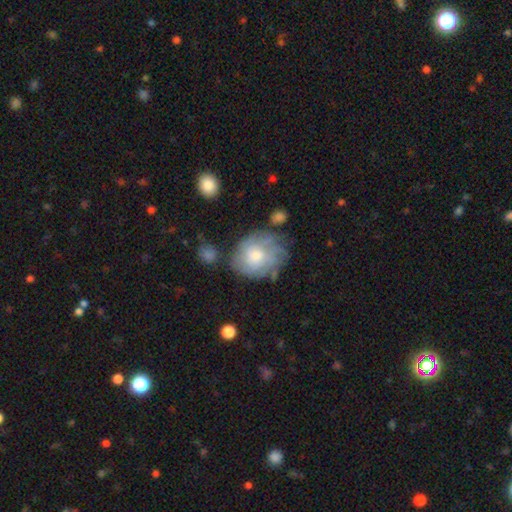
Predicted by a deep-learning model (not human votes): Smooth or featured?
  - featured or disk: 52% *
  - smooth: 39%
  - star or artifact: 9%
Edge-on disk?
  - no: 97% *
  - yes: 3%
Bar?
  - no: 81% *
  - weak: 17%
  - strong: 2%
Spiral arms?
  - yes: 71% *
  - no: 29%
Bulge size?
  - moderate: 57% *
  - small: 31%
  - large: 8%
  - none: 3%
  - dominant: 1%
Merging?
  - none: 60% *
  - minor disturbance: 23%
  - major disturbance: 12%
  - merger: 5%